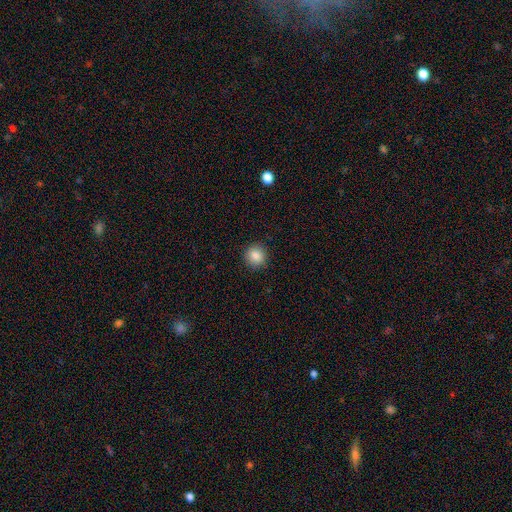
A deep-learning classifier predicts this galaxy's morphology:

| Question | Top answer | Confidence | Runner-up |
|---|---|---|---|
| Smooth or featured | smooth | 87% | star or artifact (9%) |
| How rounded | round | 91% | in between (8%) |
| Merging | none | 90% | minor disturbance (7%) |